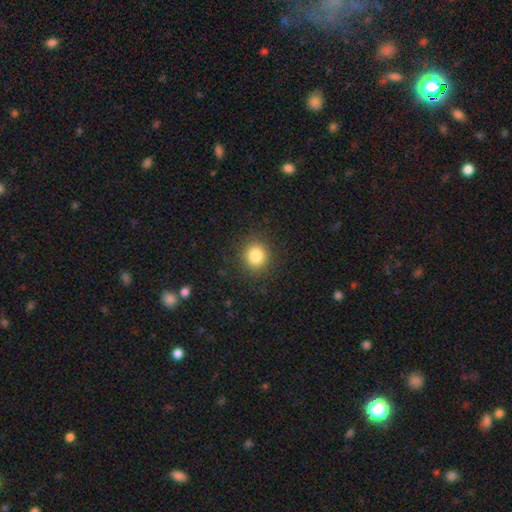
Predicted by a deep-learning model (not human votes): smooth_or_featured: smooth (p=0.83) [alt: star or artifact p=0.11]
how_rounded: round (p=0.86) [alt: in between p=0.13]
merging: none (p=0.89) [alt: minor disturbance p=0.07]